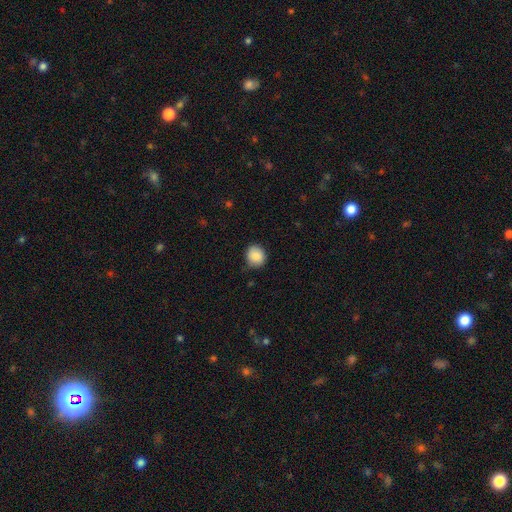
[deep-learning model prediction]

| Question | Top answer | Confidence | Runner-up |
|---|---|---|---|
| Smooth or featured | smooth | 88% | star or artifact (8%) |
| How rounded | round | 80% | in between (19%) |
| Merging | none | 81% | minor disturbance (16%) |